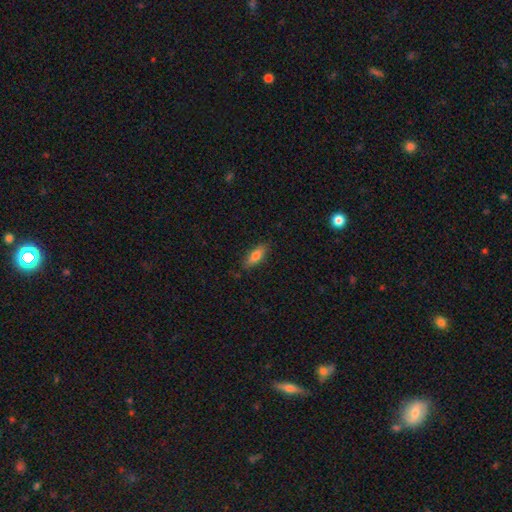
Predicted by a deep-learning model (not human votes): This is likely a smooth galaxy (77%). How rounded: likely in between (64%). Merging: clearly none (86%).